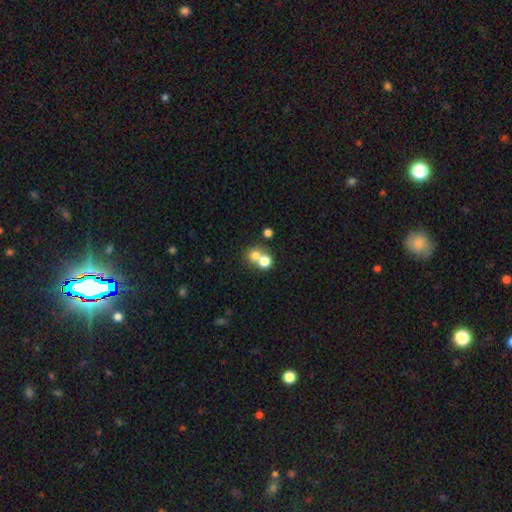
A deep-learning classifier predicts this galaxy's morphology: Smooth or featured: smooth — 71% (star or artifact — 16%)
How rounded: round — 81% (in between — 18%)
Merging: merger — 50% (none — 41%)